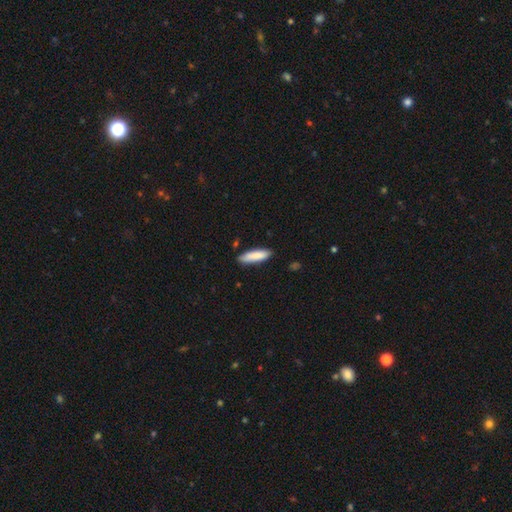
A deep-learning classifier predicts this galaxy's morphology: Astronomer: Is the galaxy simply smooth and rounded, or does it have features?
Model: smooth — 85%.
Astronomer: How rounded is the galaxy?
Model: cigar-shaped — 64%.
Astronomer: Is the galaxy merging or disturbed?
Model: none — 82%.